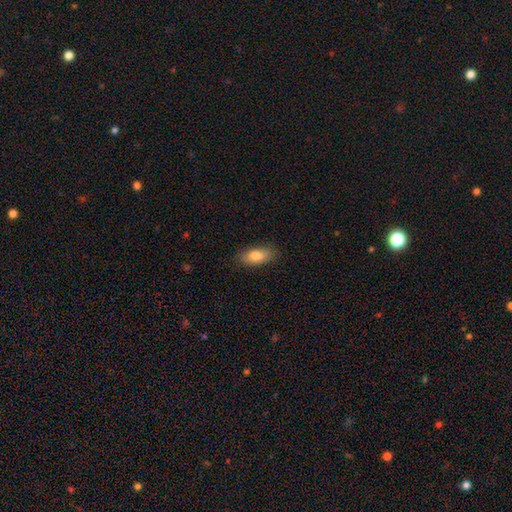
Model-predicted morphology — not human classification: smooth-or-featured: smooth: 81% | featured or disk: 12% | star or artifact: 7%
  how-rounded: in between: 86% | cigar-shaped: 11% | round: 3%
  merging: none: 83% | minor disturbance: 13% | major disturbance: 3% | merger: 1%